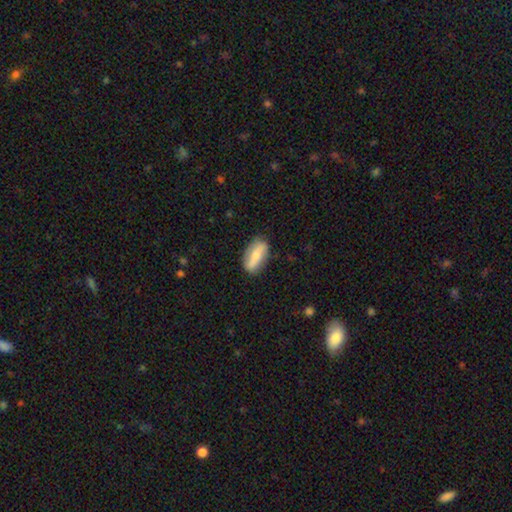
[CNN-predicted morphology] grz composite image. It shows a smooth galaxy with no disk features (54%) that is in between round and cigar-shaped (83%). Merging: none (81%).